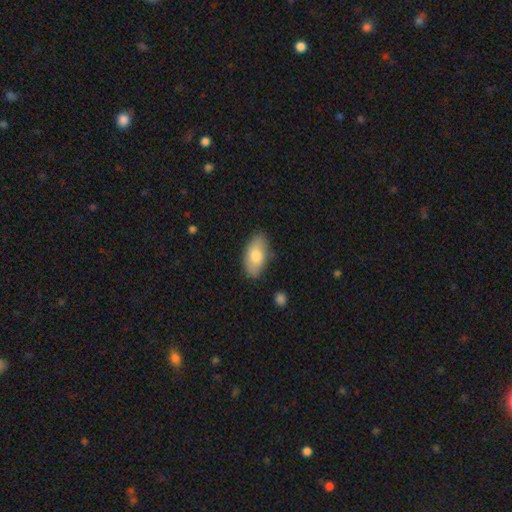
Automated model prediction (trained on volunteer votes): Smooth or featured? smooth (76%)
How rounded? in between (91%)
Merging? none (79%)